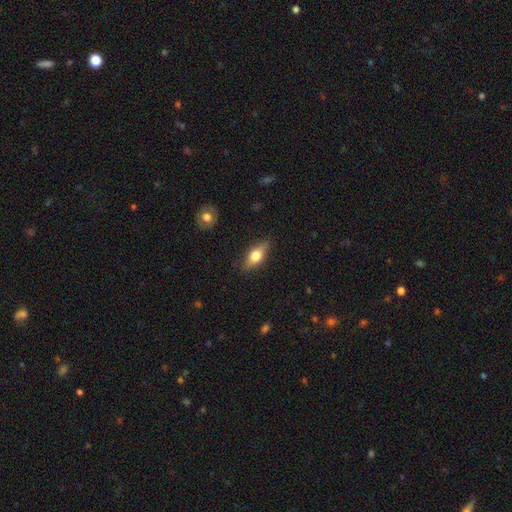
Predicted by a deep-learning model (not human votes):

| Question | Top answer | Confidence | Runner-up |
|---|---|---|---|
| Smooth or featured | smooth | 58% | featured or disk (35%) |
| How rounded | in between | 71% | cigar-shaped (23%) |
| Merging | none | 82% | minor disturbance (14%) |